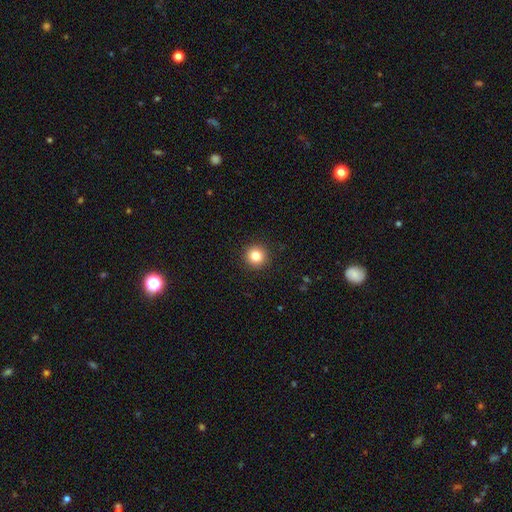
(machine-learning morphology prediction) smooth 83%, star or artifact 11%, featured or disk 6%. Down the decision tree: how rounded — round (95%); merging — none (93%).